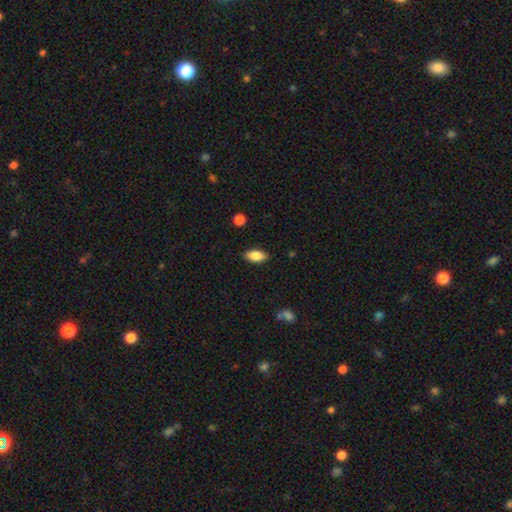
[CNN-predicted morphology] type=smooth (82%); roundness=in between (88%); merging=none (88%).